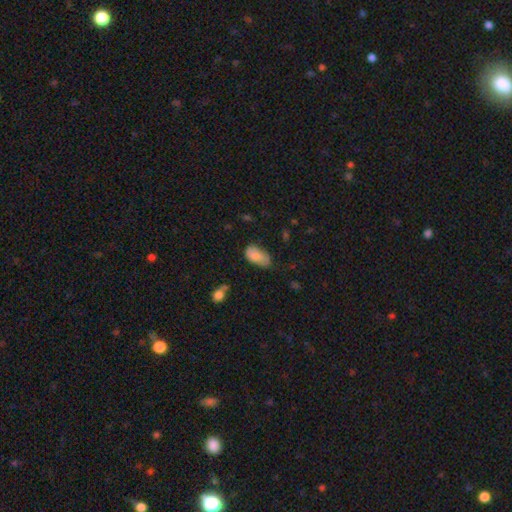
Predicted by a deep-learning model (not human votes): This is clearly a smooth galaxy (83%). How rounded: clearly in between (93%). Merging: possibly none (47%).